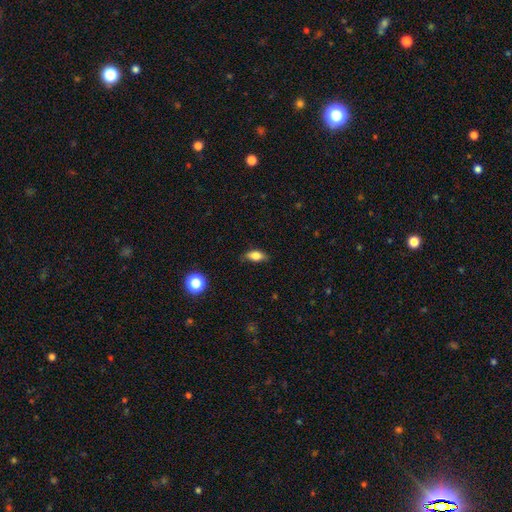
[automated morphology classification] A smooth galaxy with no disk features (76%) that is in between round and cigar-shaped (80%).

Vote fractions:
- Smooth or featured? smooth: 76% / featured or disk: 16% / star or artifact: 9%
- How rounded? in between: 80% / cigar-shaped: 13% / round: 7%
- Merging? none: 76% / minor disturbance: 19% / major disturbance: 4% / merger: 1%